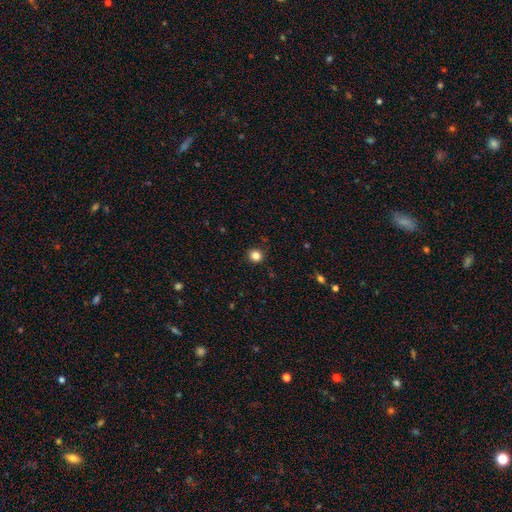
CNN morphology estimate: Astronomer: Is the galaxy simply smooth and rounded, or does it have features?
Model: smooth — 84%.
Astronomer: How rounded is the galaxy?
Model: round — 90%.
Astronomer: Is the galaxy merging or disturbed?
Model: none — 90%.